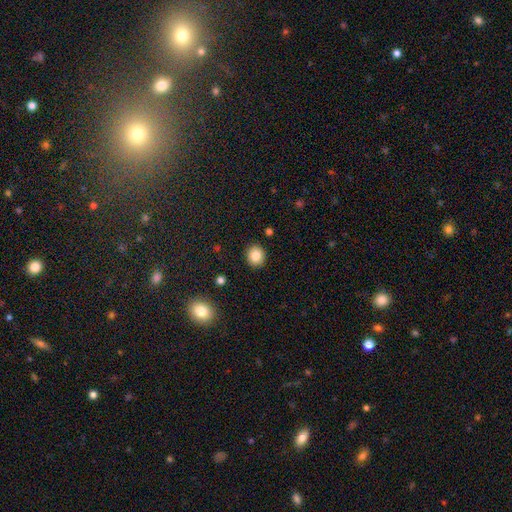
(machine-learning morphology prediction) Smooth or featured: smooth — 84% (star or artifact — 10%)
How rounded: round — 83% (in between — 16%)
Merging: none — 91% (minor disturbance — 6%)